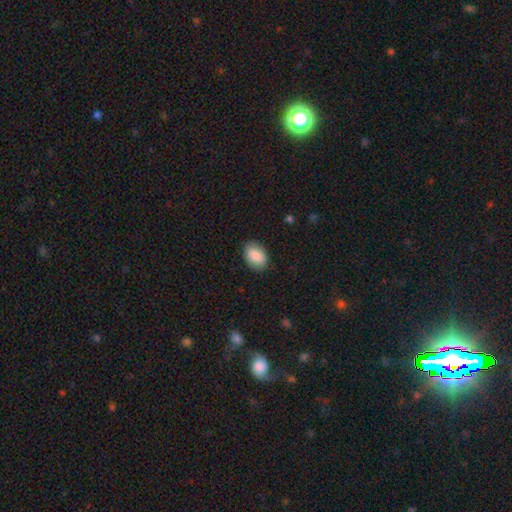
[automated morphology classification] Smooth or featured? Predicted: smooth (p=0.88). How rounded? Predicted: in between (p=0.87). Merging? Predicted: none (p=0.86).